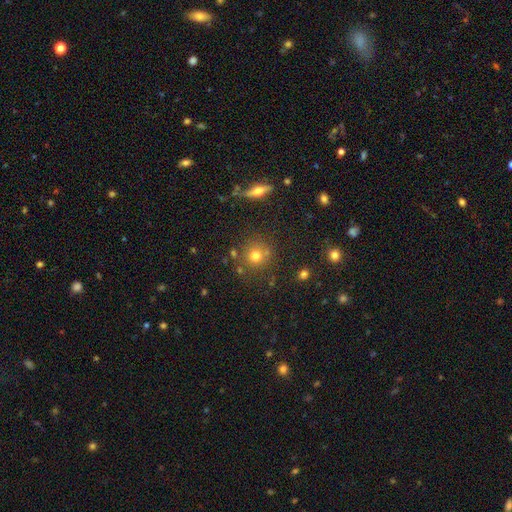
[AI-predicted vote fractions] Smooth or featured? Predicted: smooth (p=0.71). How rounded? Predicted: round (p=0.92). Merging? Predicted: none (p=0.78).